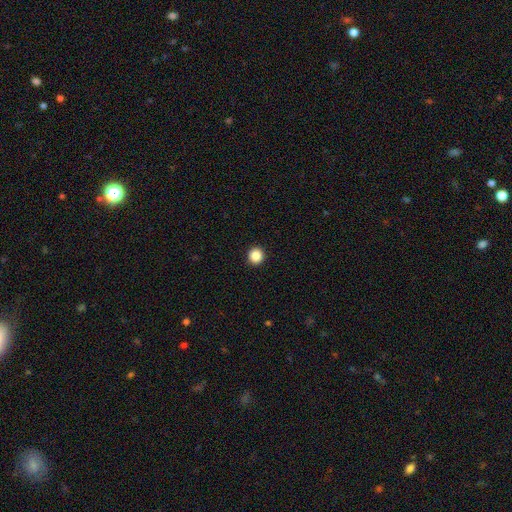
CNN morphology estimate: smooth 87%, star or artifact 10%, featured or disk 3%. Down the decision tree: how rounded — round (93%); merging — none (94%).